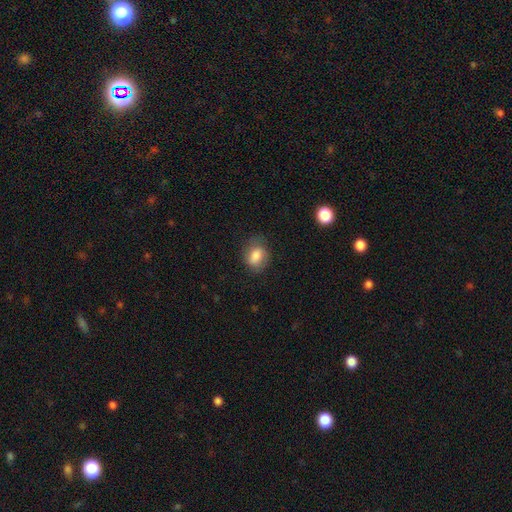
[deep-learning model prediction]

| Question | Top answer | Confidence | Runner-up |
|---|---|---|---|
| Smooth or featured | smooth | 80% | featured or disk (12%) |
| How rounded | in between | 66% | round (33%) |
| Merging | none | 67% | minor disturbance (23%) |